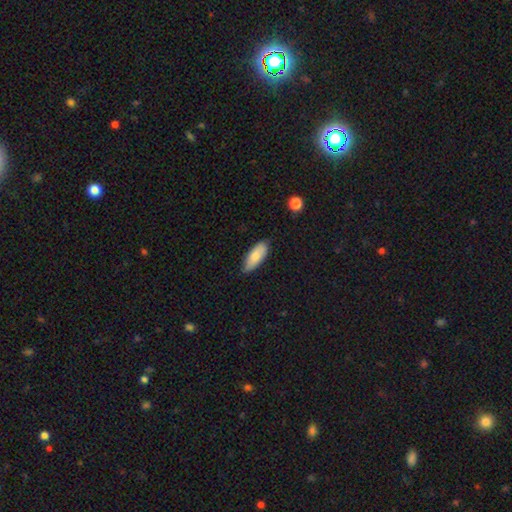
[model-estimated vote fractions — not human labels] Smooth or featured? smooth (81%)
How rounded? in between (79%)
Merging? none (76%)